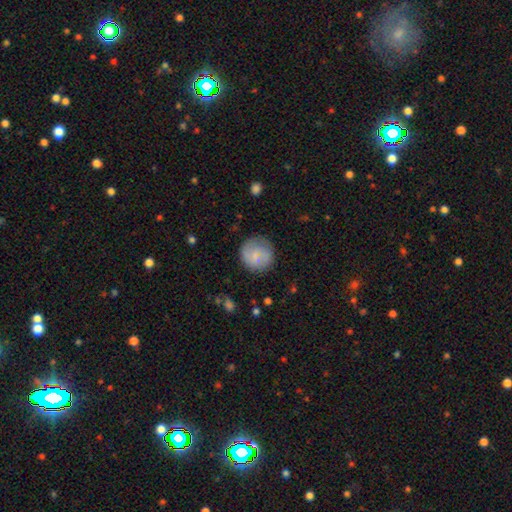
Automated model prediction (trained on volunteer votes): smooth 58%, featured or disk 35%, star or artifact 7%. Down the decision tree: how rounded — round (91%); merging — none (78%).